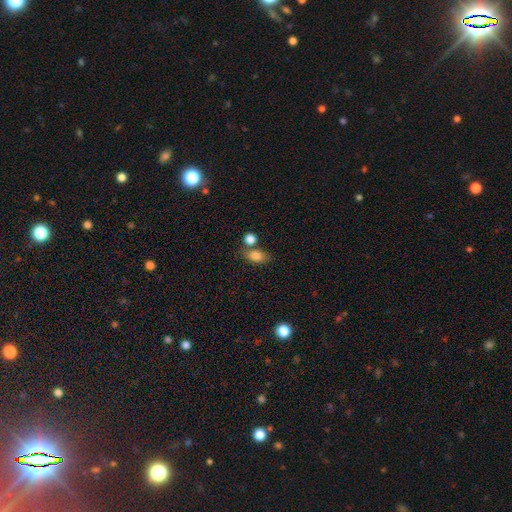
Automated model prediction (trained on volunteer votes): smooth-or-featured: smooth: 81% | star or artifact: 10% | featured or disk: 9%
  how-rounded: in between: 75% | round: 21% | cigar-shaped: 4%
  merging: none: 58% | merger: 22% | minor disturbance: 15% | major disturbance: 5%